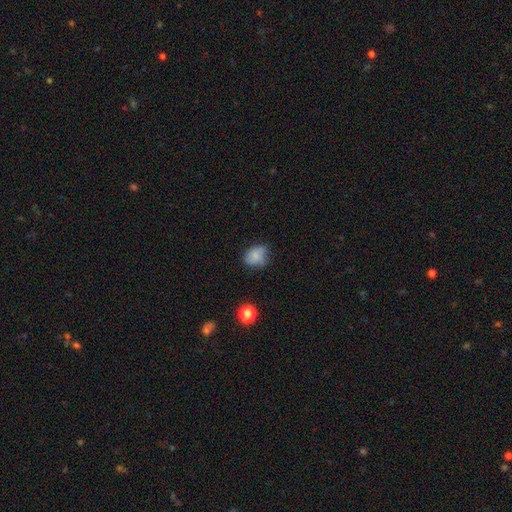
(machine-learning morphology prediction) A smooth galaxy with no disk features (76%) that is in between round and cigar-shaped (61%).

Vote fractions:
- Smooth or featured? smooth: 76% / featured or disk: 13% / star or artifact: 11%
- How rounded? in between: 61% / round: 38% / cigar-shaped: 1%
- Merging? none: 53% / minor disturbance: 34% / major disturbance: 9% / merger: 3%